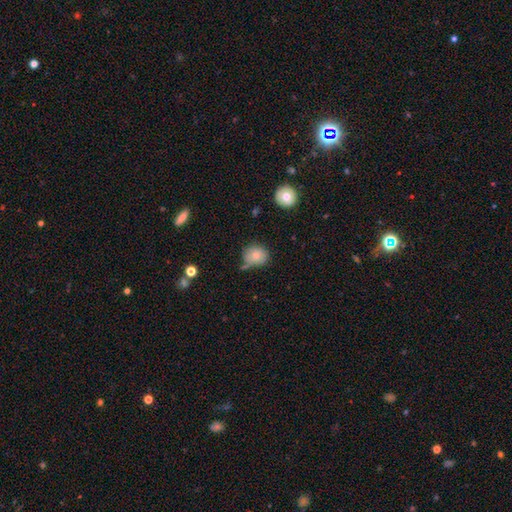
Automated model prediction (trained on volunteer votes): Morphology: type=smooth (77%); roundness=round (75%); merging=none (57%).